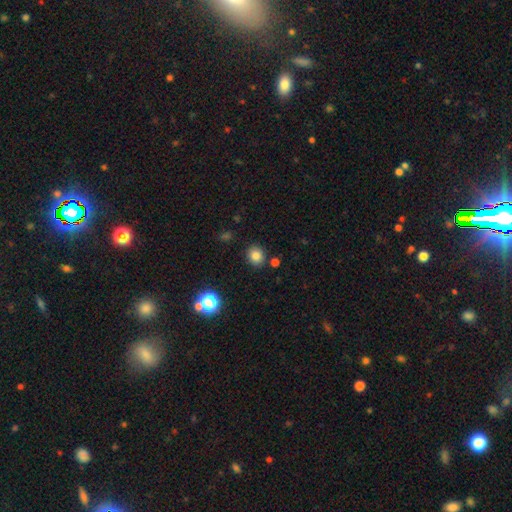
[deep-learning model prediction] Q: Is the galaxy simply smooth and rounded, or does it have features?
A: smooth — 81%.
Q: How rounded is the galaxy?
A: round — 80%.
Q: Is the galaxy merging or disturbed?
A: none — 85%.